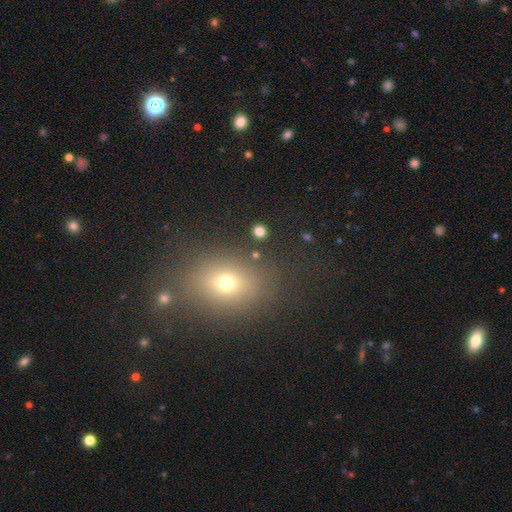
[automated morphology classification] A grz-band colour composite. It shows a smooth galaxy with no disk features (65%) that is in between round and cigar-shaped (57%). Merging: none (74%).